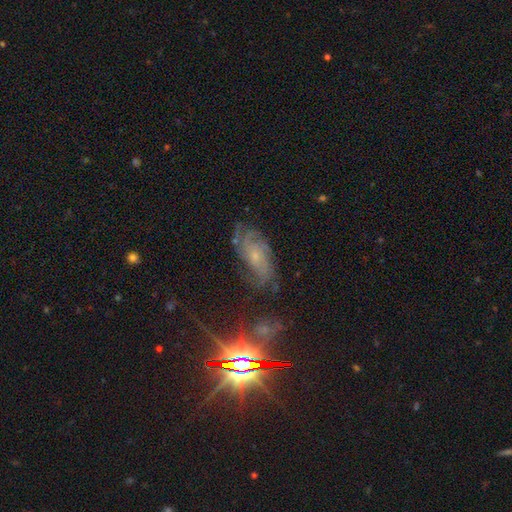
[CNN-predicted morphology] Smooth or featured? featured or disk (64%)
Edge-on disk? no (91%)
Bar? no (74%)
Spiral arms? yes (89%)
Spiral winding? tight (54%)
Spiral arm count? can't tell (46%)
Bulge size? small (71%)
Merging? none (67%)